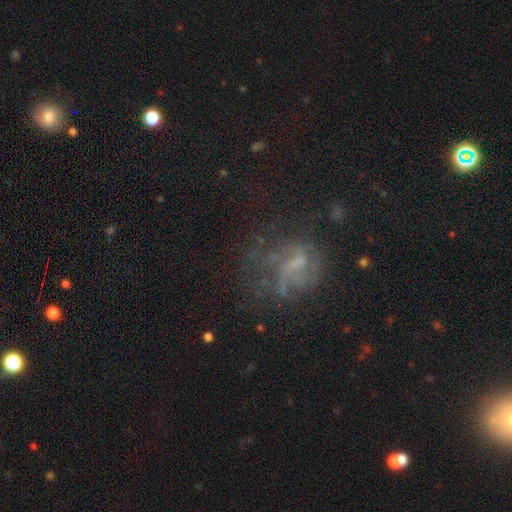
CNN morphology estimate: This is possibly a featured or disk galaxy (49%). Merging: possibly none (49%).